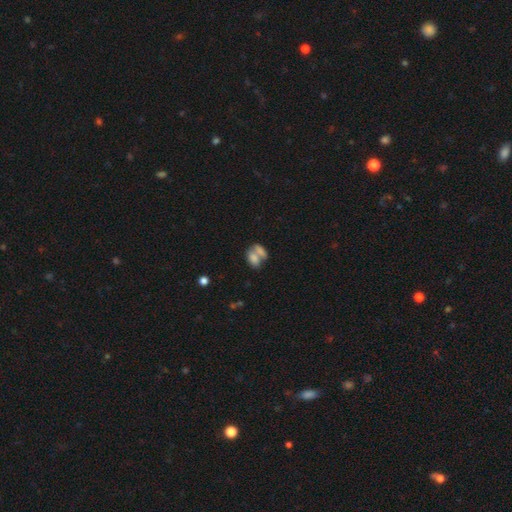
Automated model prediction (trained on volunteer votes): smooth_or_featured: smooth (p=0.75) [alt: featured or disk p=0.16]
how_rounded: in between (p=0.82) [alt: round p=0.15]
merging: merger (p=0.62) [alt: none p=0.24]